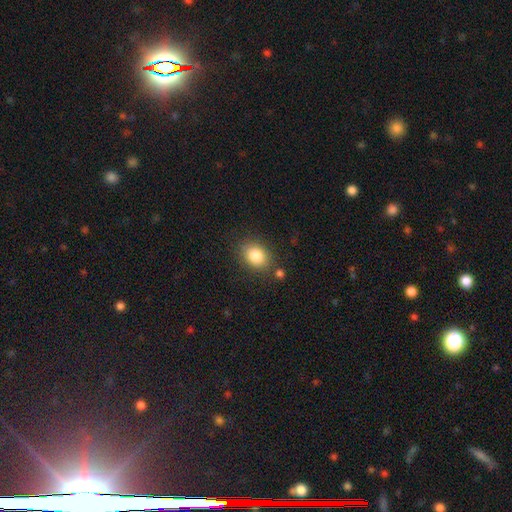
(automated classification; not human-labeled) Q: Smooth or featured?
A: smooth (84%); runner-up: star or artifact (9%)
Q: How rounded?
A: in between (61%); runner-up: round (37%)
Q: Merging?
A: none (80%); runner-up: minor disturbance (12%)